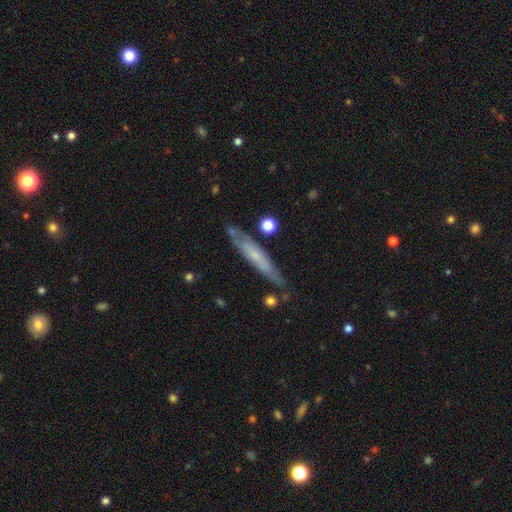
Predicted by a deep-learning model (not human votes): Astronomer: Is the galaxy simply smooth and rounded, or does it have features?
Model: featured or disk — 54% (runner-up: smooth, 40%).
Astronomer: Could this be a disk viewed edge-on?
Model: yes — 72%.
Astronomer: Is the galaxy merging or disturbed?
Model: none — 75%.